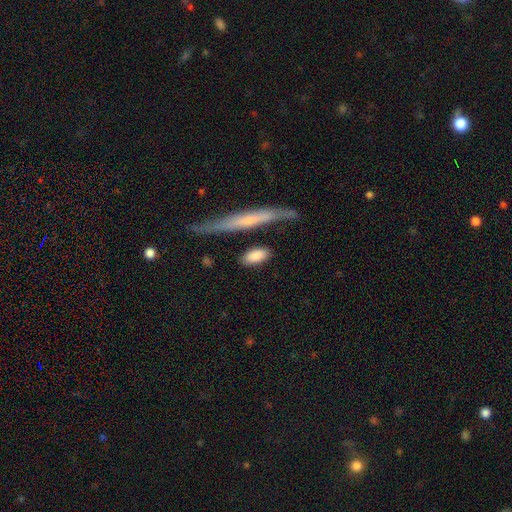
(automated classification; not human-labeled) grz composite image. It shows a smooth galaxy with no disk features (83%) that is in between round and cigar-shaped (81%). Merging: none (77%).